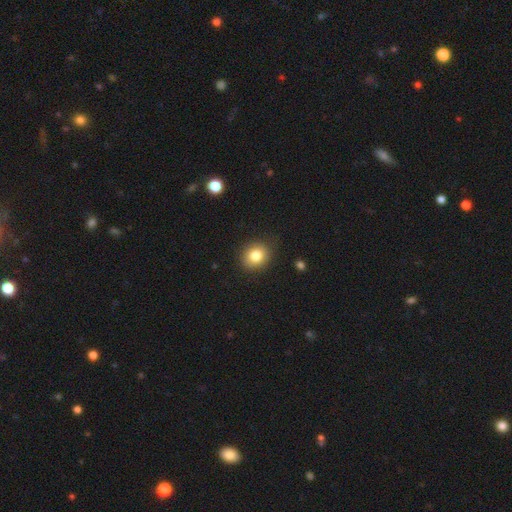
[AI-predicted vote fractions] This is clearly a smooth galaxy (82%). How rounded: likely round (68%). Merging: clearly none (86%).